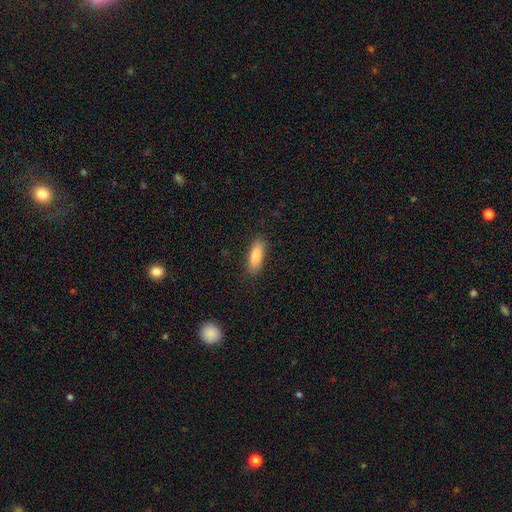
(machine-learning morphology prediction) A smooth galaxy with no disk features (84%) that is in between round and cigar-shaped (64%). Merging: none (87%).